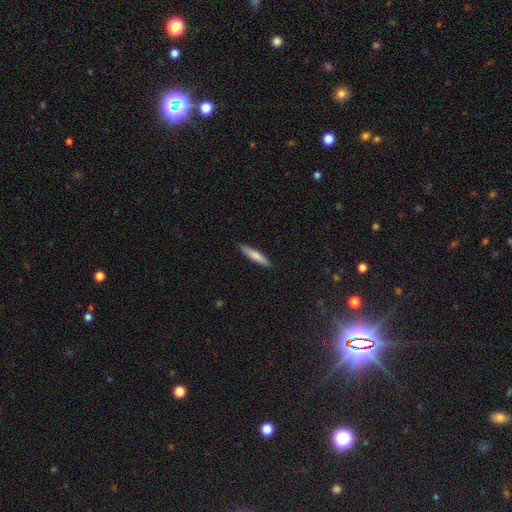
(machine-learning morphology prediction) This is likely a smooth galaxy (73%). How rounded: clearly cigar-shaped (87%). Merging: clearly none (89%).